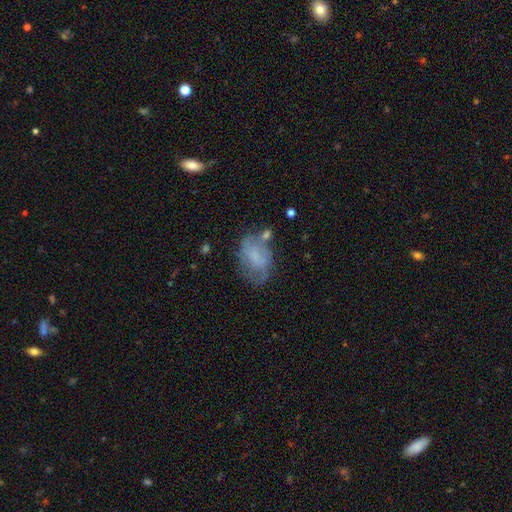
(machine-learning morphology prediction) smooth-or-featured: featured or disk: 48% | smooth: 42% | star or artifact: 10%
  merging: none: 45% | minor disturbance: 28% | major disturbance: 19% | merger: 8%